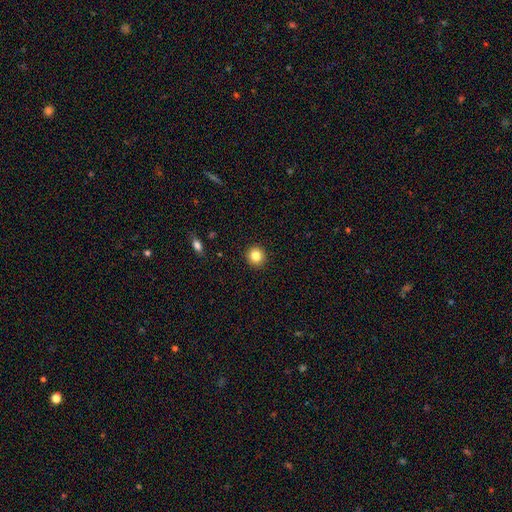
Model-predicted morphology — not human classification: Smooth or featured?
  - smooth: 84% *
  - star or artifact: 10%
  - featured or disk: 6%
How rounded?
  - round: 93% *
  - in between: 6%
  - cigar-shaped: 1%
Merging?
  - none: 93% *
  - minor disturbance: 5%
  - major disturbance: 2%
  - merger: 1%